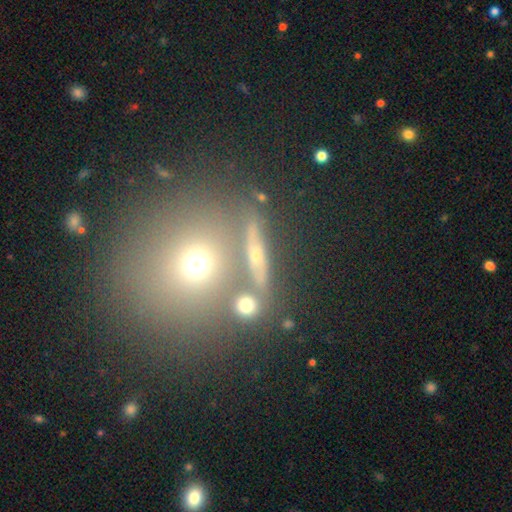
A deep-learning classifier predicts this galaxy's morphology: A smooth galaxy with no disk features (47%).

Vote fractions:
- Smooth or featured? smooth: 47% / star or artifact: 36% / featured or disk: 17%
- Merging? none: 71% / merger: 15% / minor disturbance: 9% / major disturbance: 5%